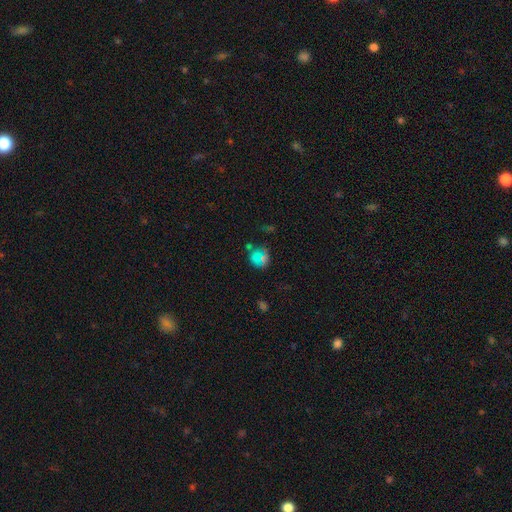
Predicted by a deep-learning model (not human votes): Morphology: type=smooth (61%); roundness=round (77%); merging=none (56%).